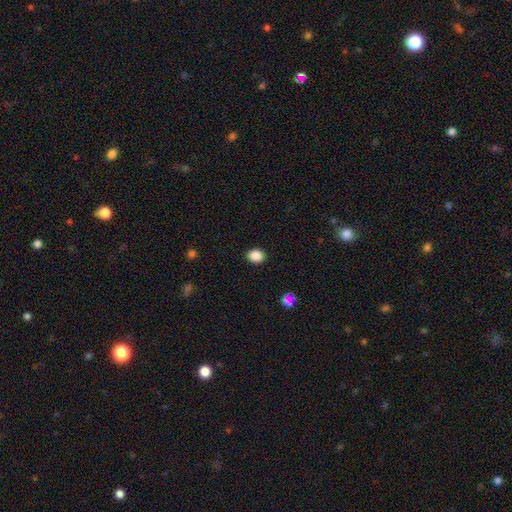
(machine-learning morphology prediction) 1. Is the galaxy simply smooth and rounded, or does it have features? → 87% smooth, 9% star or artifact, 3% featured or disk.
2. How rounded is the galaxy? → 60% round, 39% in between, 1% cigar-shaped.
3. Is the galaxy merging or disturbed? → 90% none, 7% minor disturbance, 2% major disturbance, 1% merger.